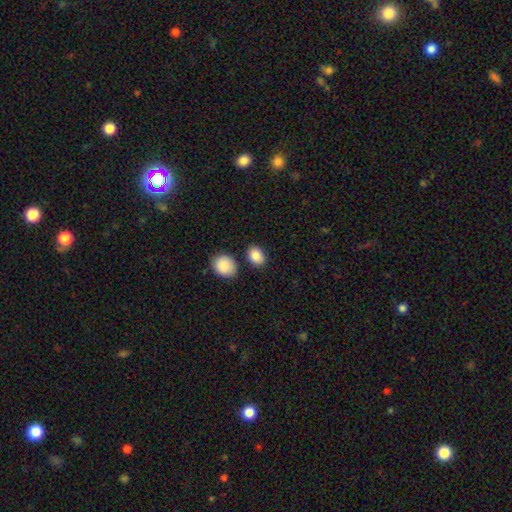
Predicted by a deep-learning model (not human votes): A smooth galaxy with no disk features (88%) that is in between round and cigar-shaped (67%).

Vote fractions:
- Smooth or featured? smooth: 88% / star or artifact: 8% / featured or disk: 4%
- How rounded? in between: 67% / round: 32% / cigar-shaped: 1%
- Merging? none: 79% / minor disturbance: 10% / merger: 8% / major disturbance: 3%